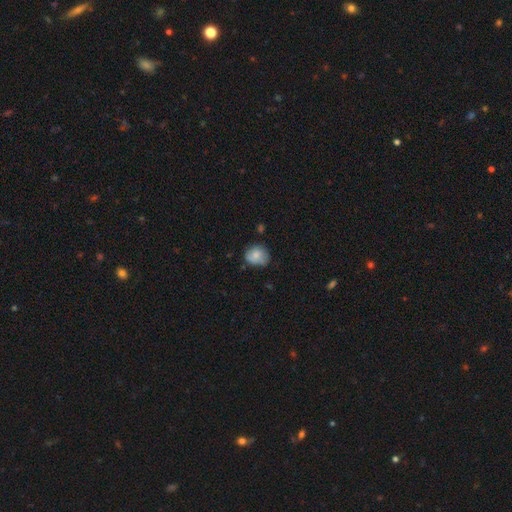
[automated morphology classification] This appears to be a smooth galaxy with no disk features (74%) that is round (63%). Merging: none (56%).